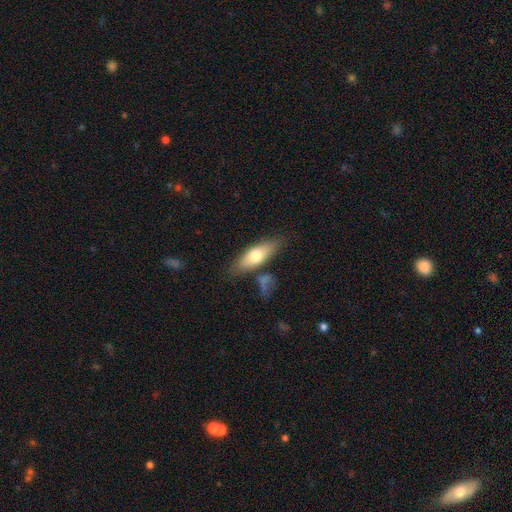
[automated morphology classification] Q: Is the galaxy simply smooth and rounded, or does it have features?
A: smooth — 67%.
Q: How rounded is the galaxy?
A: in between — 62%.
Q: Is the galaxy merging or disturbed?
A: none — 73%.